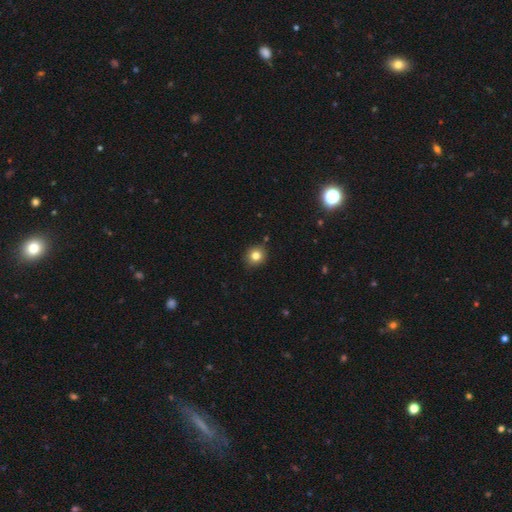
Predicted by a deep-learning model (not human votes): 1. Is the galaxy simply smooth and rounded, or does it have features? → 80% smooth, 12% star or artifact, 7% featured or disk.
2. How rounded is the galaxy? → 88% round, 11% in between, 1% cigar-shaped.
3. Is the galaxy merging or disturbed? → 87% none, 9% minor disturbance, 2% merger, 2% major disturbance.